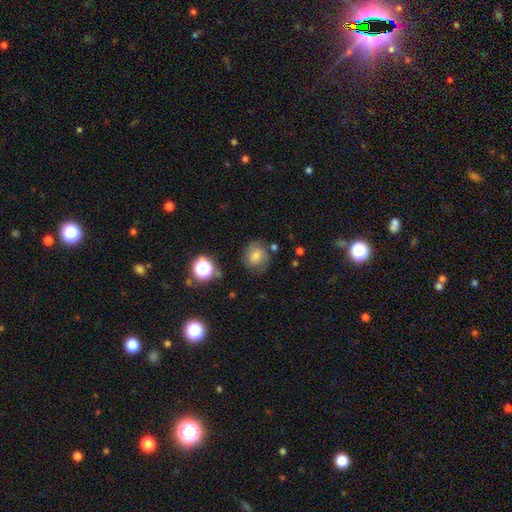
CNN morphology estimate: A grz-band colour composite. It shows a smooth galaxy with no disk features (64%) that is round (76%). Merging: none (70%).